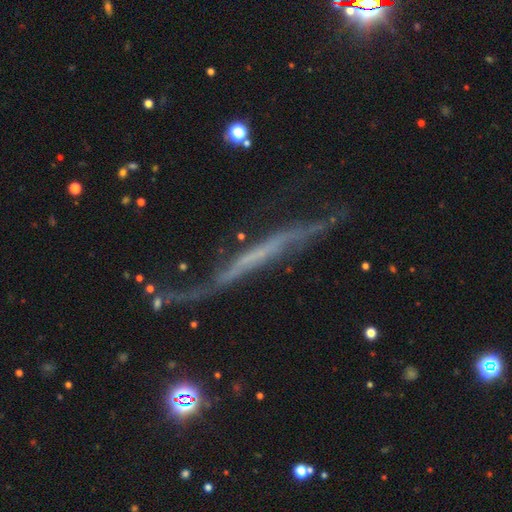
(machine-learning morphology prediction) featured or disk 69%, smooth 19%, star or artifact 13%. Down the decision tree: edge-on disk — yes (75%); edge-on bulge — none (84%); merging — none (52%).